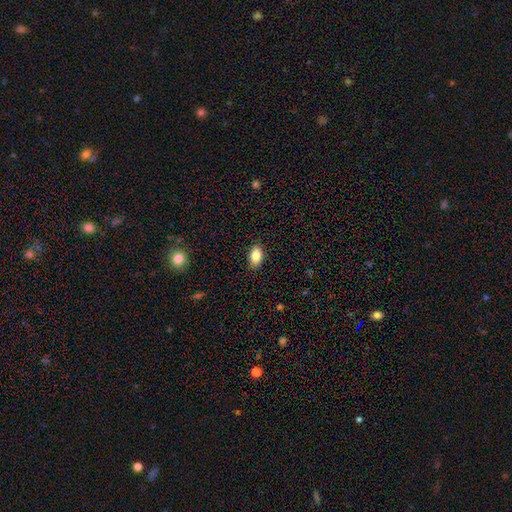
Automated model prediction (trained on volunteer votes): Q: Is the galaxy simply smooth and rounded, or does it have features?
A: smooth — 85%.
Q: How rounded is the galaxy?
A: in between — 91%.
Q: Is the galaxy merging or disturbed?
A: none — 88%.